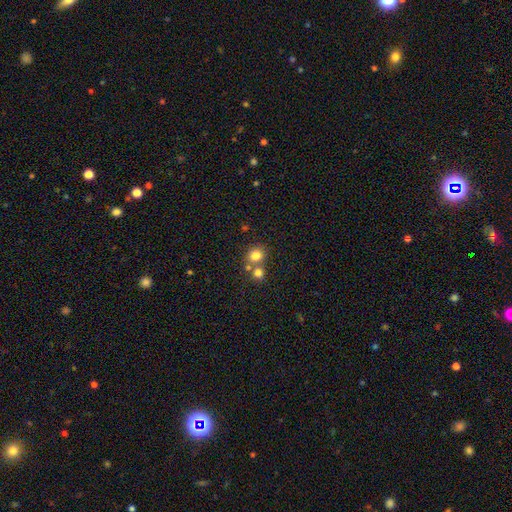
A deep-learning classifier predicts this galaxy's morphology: Overall: smooth (80%). How rounded: round (76%). Merging: none (55%; merger 35%).